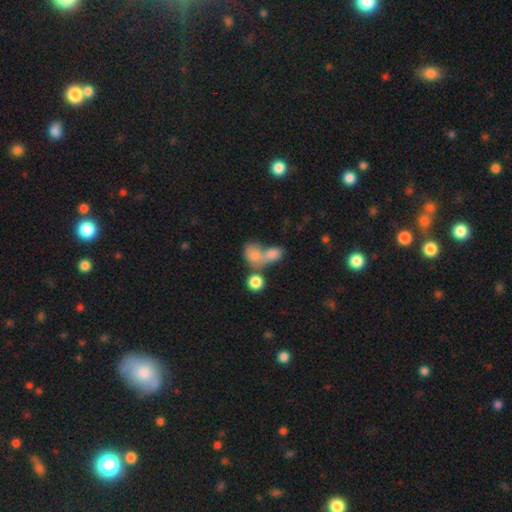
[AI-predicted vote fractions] Morphology: type=smooth (78%); roundness=in between (63%); merging=merger (61%).